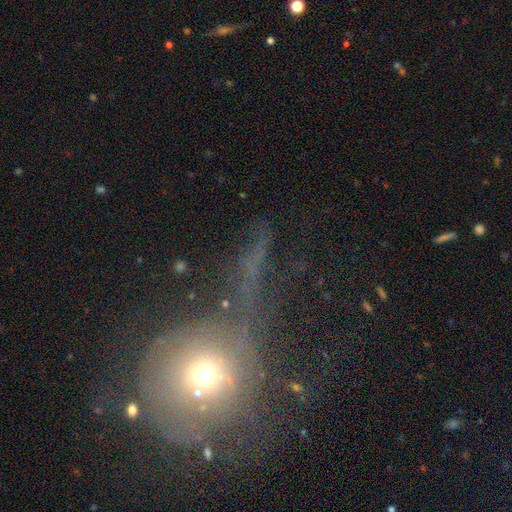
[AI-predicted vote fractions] smooth-or-featured: star or artifact: 41% | smooth: 31% | featured or disk: 28%